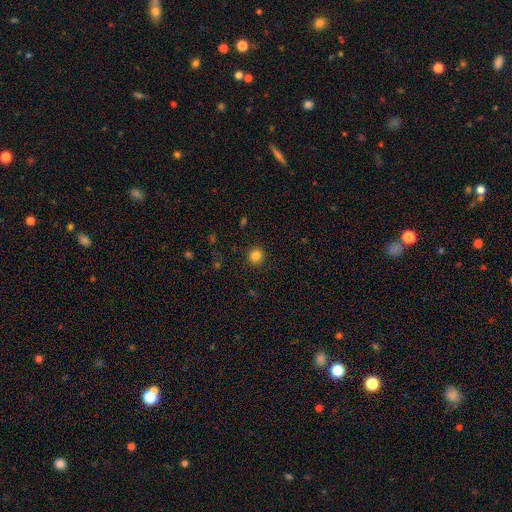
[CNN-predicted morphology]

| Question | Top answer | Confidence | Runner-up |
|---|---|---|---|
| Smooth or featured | smooth | 84% | star or artifact (12%) |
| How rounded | round | 93% | in between (6%) |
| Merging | none | 91% | minor disturbance (6%) |